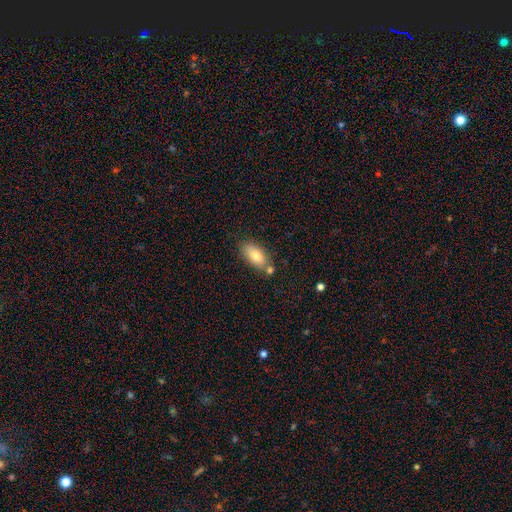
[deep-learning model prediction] Smooth or featured? Predicted: smooth (p=0.78). How rounded? Predicted: in between (p=0.89). Merging? Predicted: none (p=0.67).